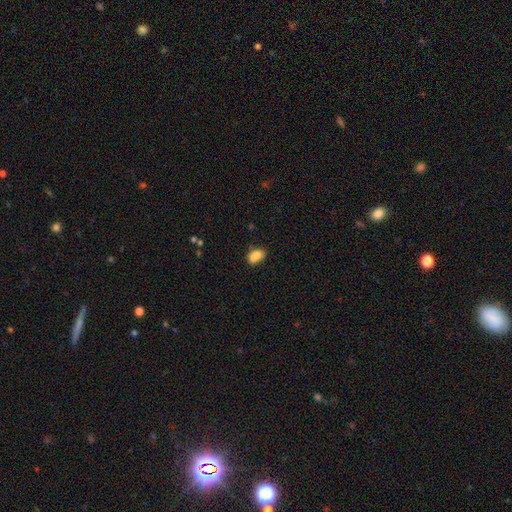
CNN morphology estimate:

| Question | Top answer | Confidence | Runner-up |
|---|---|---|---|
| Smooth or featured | smooth | 79% | featured or disk (11%) |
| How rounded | in between | 79% | round (19%) |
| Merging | none | 45% | minor disturbance (24%) |